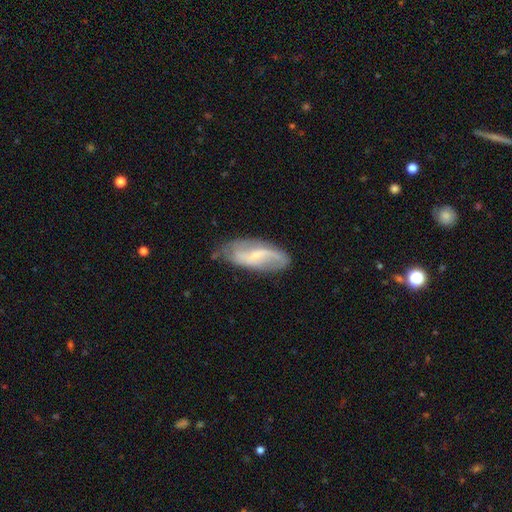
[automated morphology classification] The model was most divided on "spiral winding": loose: 53%, medium: 34%, tight: 13%. More confident: edge-on disk — no (92%); spiral arms — yes (89%); spiral arm count — 2 (77%); smooth or featured — featured or disk (72%); merging — none (68%); bulge size — small (66%); bar — weak (50%).